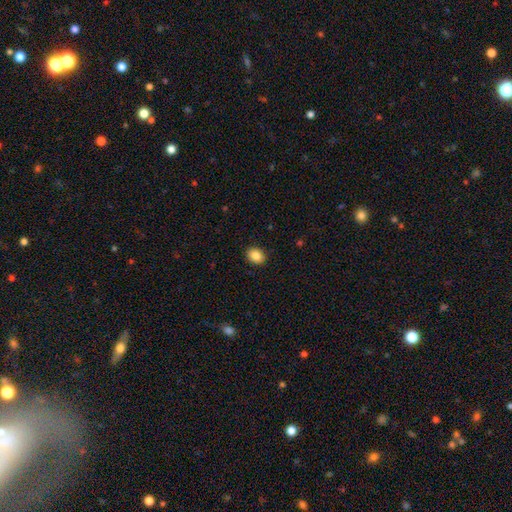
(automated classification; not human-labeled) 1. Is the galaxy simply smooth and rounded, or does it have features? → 86% smooth, 9% star or artifact, 5% featured or disk.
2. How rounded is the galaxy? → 52% in between, 47% round, 1% cigar-shaped.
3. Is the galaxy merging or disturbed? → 89% none, 8% minor disturbance, 2% major disturbance, 1% merger.